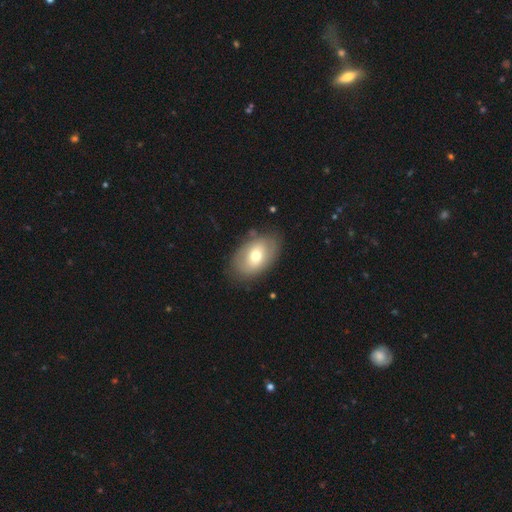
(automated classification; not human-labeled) This appears to be a smooth galaxy with no disk features (63%) that is in between round and cigar-shaped (87%). Merging: none (79%).